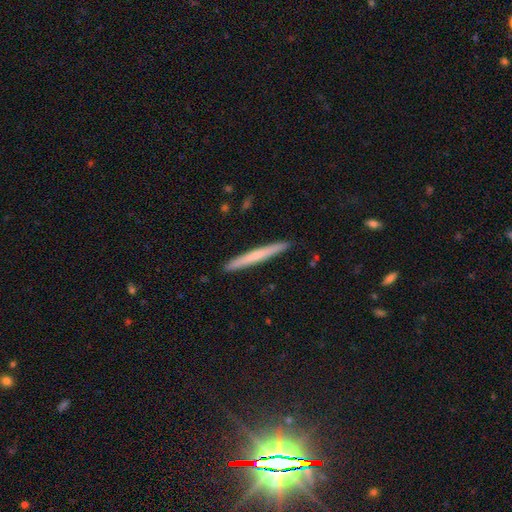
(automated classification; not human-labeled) smooth_or_featured: smooth (p=0.56) [alt: featured or disk p=0.39]
how_rounded: cigar-shaped (p=0.97) [alt: in between p=0.02]
merging: none (p=0.92) [alt: minor disturbance p=0.06]